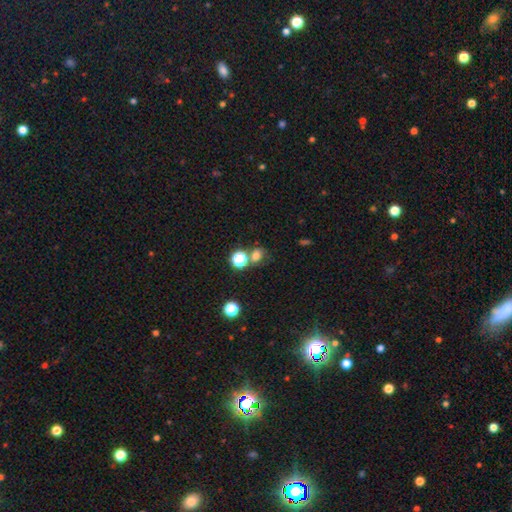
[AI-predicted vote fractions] Q: Smooth or featured?
A: smooth (65%); runner-up: star or artifact (25%)
Q: How rounded?
A: round (66%); runner-up: in between (33%)
Q: Merging?
A: none (58%); runner-up: merger (22%)